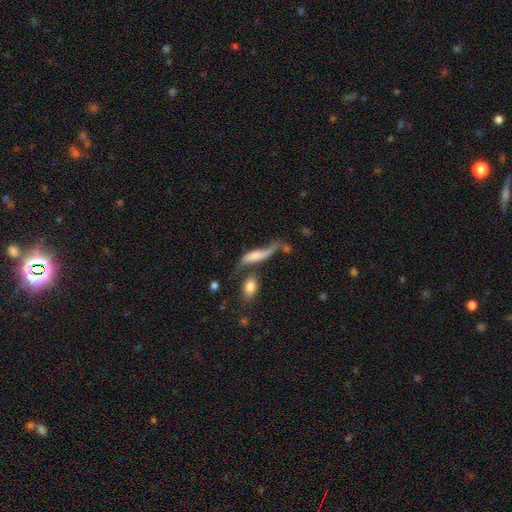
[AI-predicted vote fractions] Q: Smooth or featured?
A: featured or disk (49%); runner-up: smooth (42%)
Q: Merging?
A: none (30%); runner-up: merger (27%)